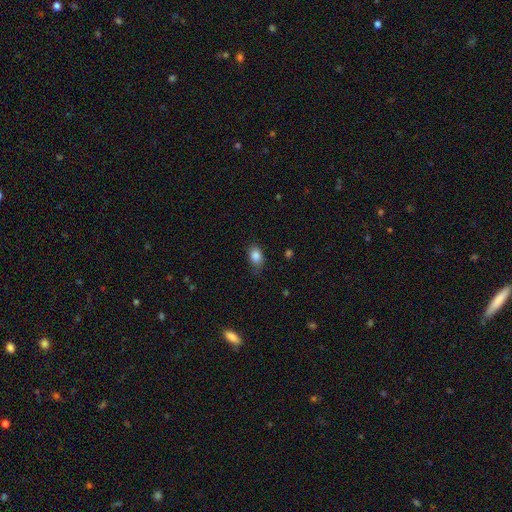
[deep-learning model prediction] smooth_or_featured: smooth (p=0.85) [alt: star or artifact p=0.09]
how_rounded: in between (p=0.77) [alt: round p=0.22]
merging: none (p=0.73) [alt: minor disturbance p=0.22]